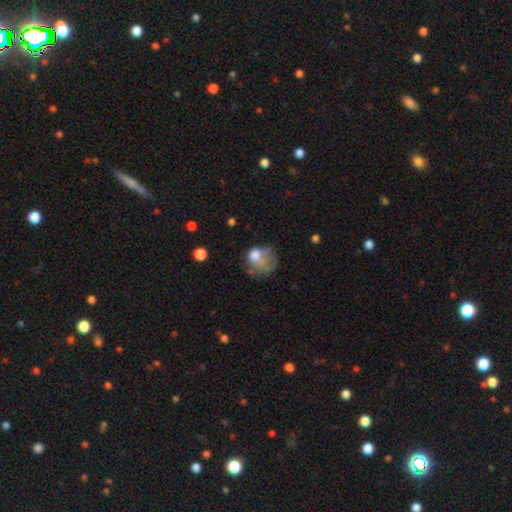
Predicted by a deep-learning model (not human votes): Smooth or featured? smooth (68%)
How rounded? round (58%)
Merging? major disturbance (40%)